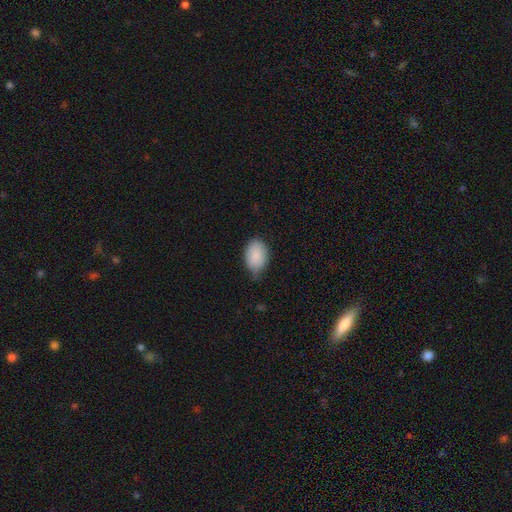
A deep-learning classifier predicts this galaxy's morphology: smooth 88%, star or artifact 6%, featured or disk 6%. Down the decision tree: how rounded — in between (85%); merging — none (61%).